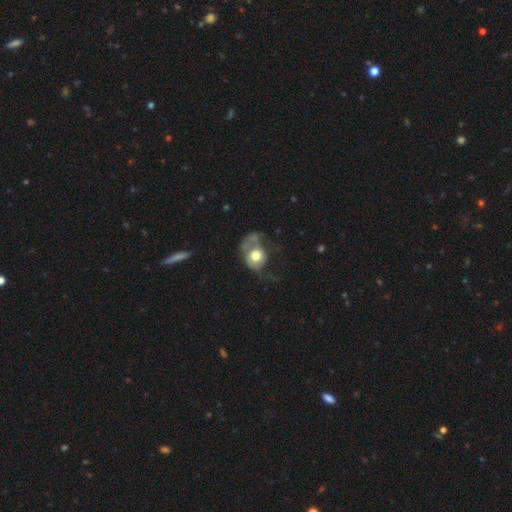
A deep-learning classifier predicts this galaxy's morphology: Smooth or featured? Predicted: smooth (p=0.61). How rounded? Predicted: round (p=0.68). Merging? Predicted: major disturbance (p=0.49).